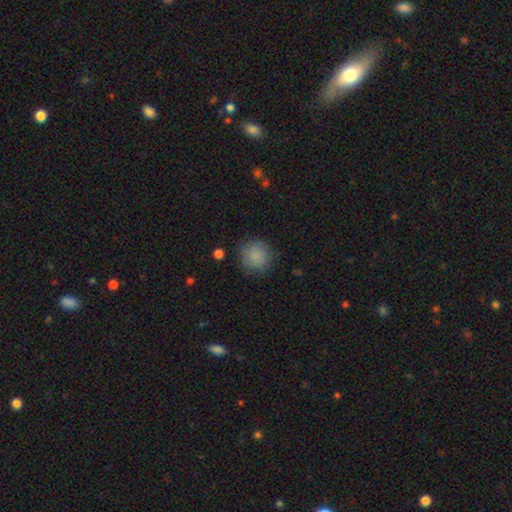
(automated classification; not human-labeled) Q: Smooth or featured?
A: smooth (84%); runner-up: star or artifact (9%)
Q: How rounded?
A: round (92%); runner-up: in between (7%)
Q: Merging?
A: none (81%); runner-up: minor disturbance (13%)